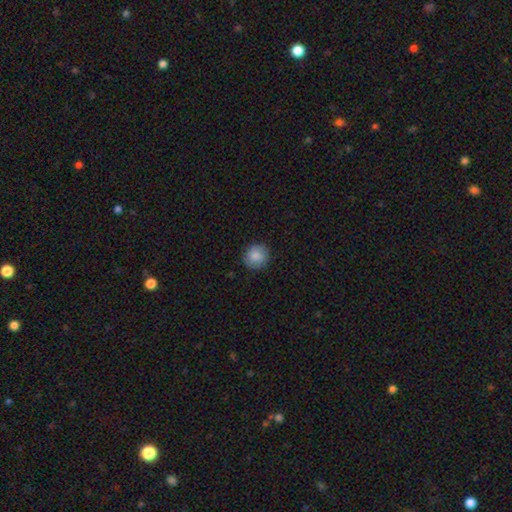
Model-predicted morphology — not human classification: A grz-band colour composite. It shows a smooth galaxy with no disk features (85%) that is round (89%). Merging: none (87%).